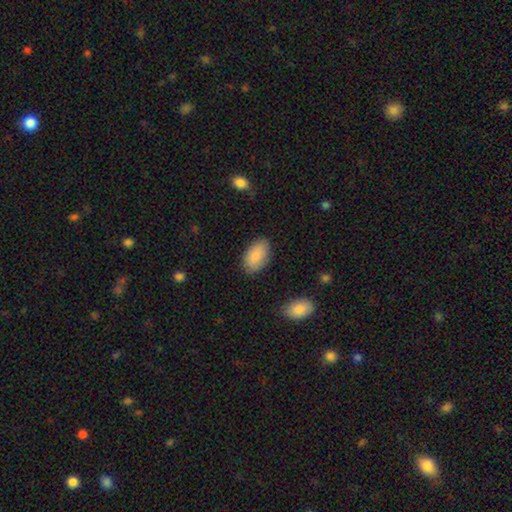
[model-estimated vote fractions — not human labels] A smooth galaxy with no disk features (88%) that is in between round and cigar-shaped (94%). Merging: none (83%).